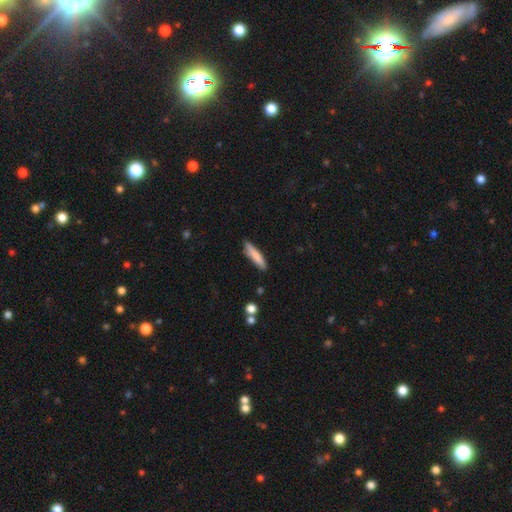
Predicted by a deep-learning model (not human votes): This appears to be a smooth galaxy with no disk features (82%) that is cigar-shaped (83%). Merging: none (86%).